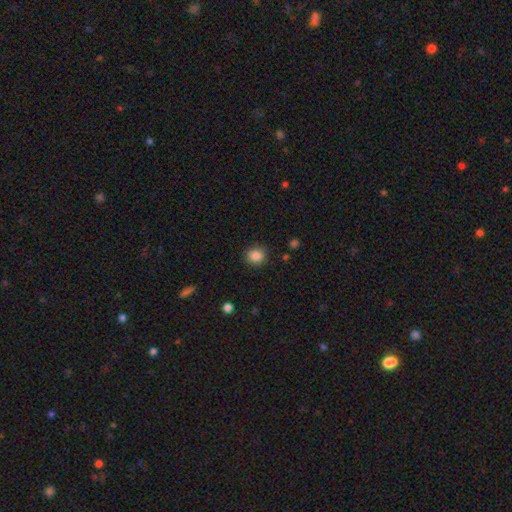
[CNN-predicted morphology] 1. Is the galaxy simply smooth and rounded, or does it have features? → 87% smooth, 10% star or artifact, 4% featured or disk.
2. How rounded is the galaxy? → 80% round, 20% in between, 1% cigar-shaped.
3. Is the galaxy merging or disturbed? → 87% none, 9% minor disturbance, 3% major disturbance, 1% merger.